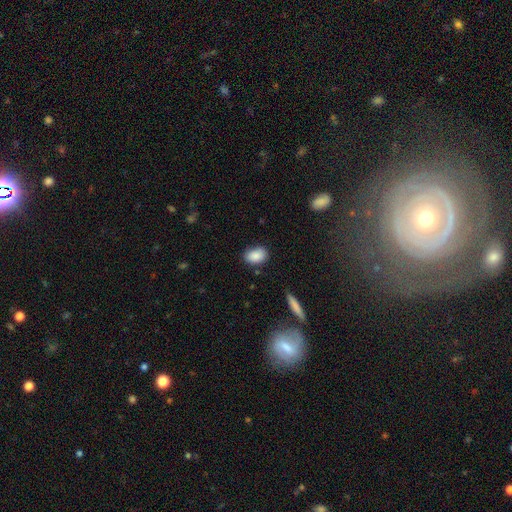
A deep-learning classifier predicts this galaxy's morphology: A smooth galaxy with no disk features (88%) that is in between round and cigar-shaped (85%).

Vote fractions:
- Smooth or featured? smooth: 88% / star or artifact: 7% / featured or disk: 5%
- How rounded? in between: 85% / round: 13% / cigar-shaped: 2%
- Merging? none: 81% / minor disturbance: 14% / major disturbance: 3% / merger: 2%